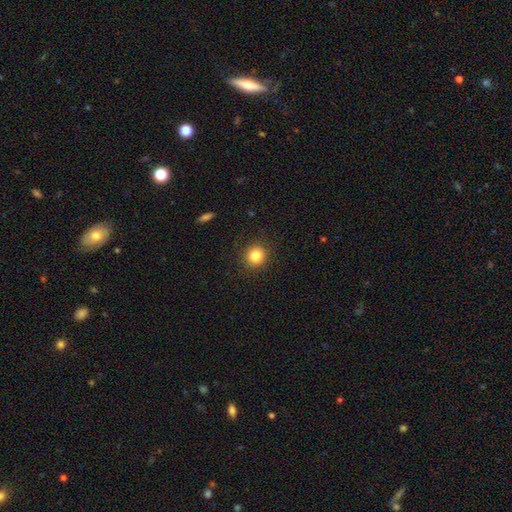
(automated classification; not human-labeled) A smooth galaxy with no disk features (83%) that is round (90%). Merging: none (90%).